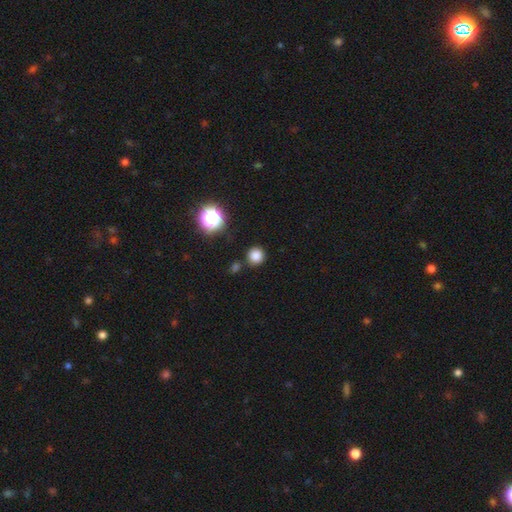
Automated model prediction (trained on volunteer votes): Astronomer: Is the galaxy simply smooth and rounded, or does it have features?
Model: smooth — 81%.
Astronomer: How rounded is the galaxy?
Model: round — 93%.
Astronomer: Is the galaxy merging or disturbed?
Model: none — 85%.